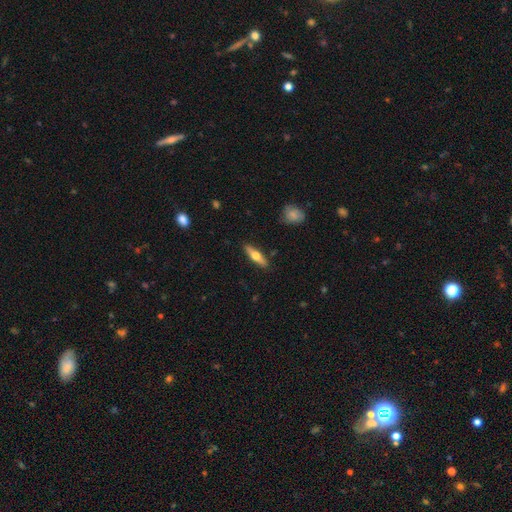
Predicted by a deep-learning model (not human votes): This is possibly a smooth galaxy (49%). Merging: clearly none (88%).